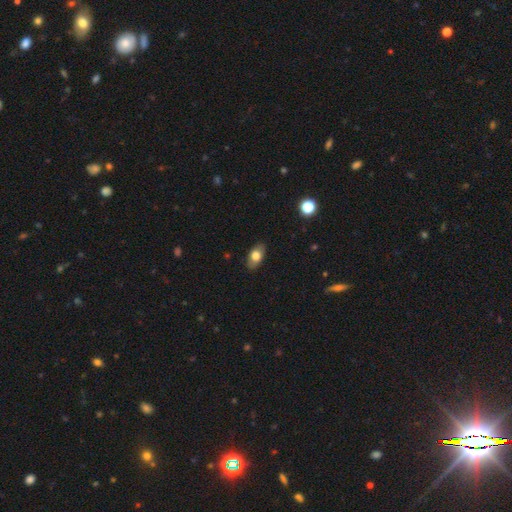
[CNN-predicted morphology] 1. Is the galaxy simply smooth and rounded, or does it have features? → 75% smooth, 18% featured or disk, 7% star or artifact.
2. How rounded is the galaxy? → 90% in between, 7% round, 3% cigar-shaped.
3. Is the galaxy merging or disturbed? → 86% none, 11% minor disturbance, 2% major disturbance, 1% merger.